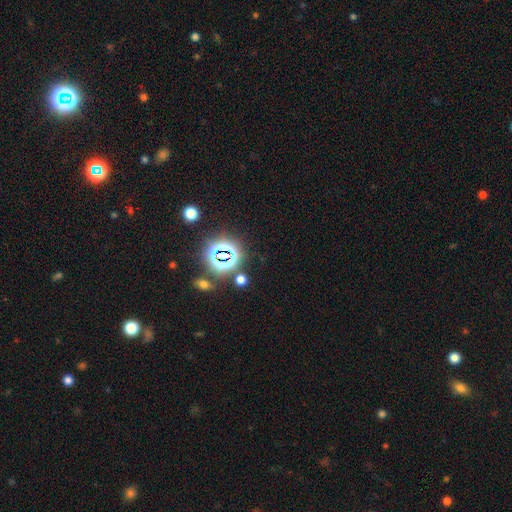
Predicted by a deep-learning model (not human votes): star or artifact 81%, smooth 12%, featured or disk 7%.